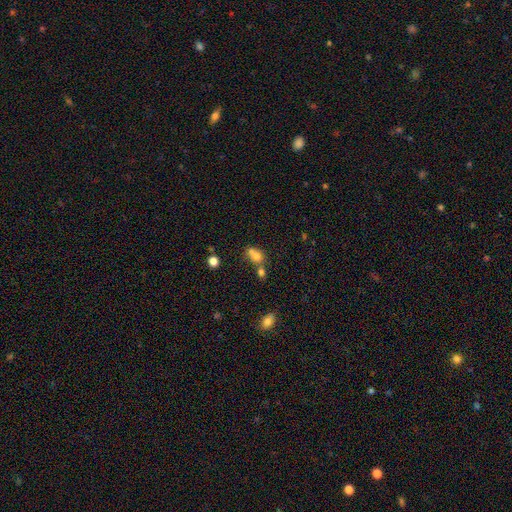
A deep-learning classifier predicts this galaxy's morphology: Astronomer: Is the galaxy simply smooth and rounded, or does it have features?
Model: smooth — 69%.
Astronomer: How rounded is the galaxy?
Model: round — 50% (runner-up: in between, 48%).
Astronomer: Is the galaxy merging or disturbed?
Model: merger — 57%.